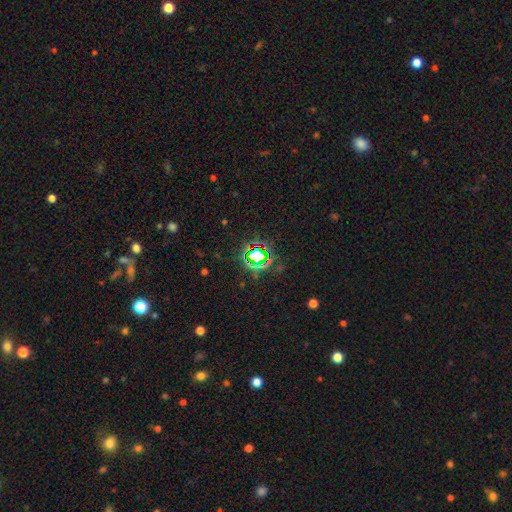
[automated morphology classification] This is likely a star or artifact rather than a galaxy (71%).